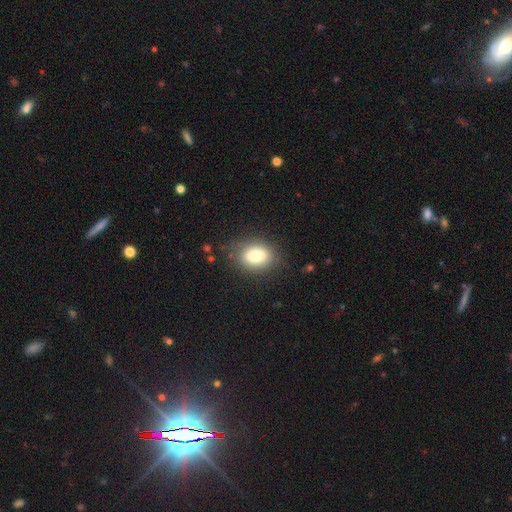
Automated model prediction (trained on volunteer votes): Overall: smooth (84%). How rounded: in between (79%). Merging: none (81%).